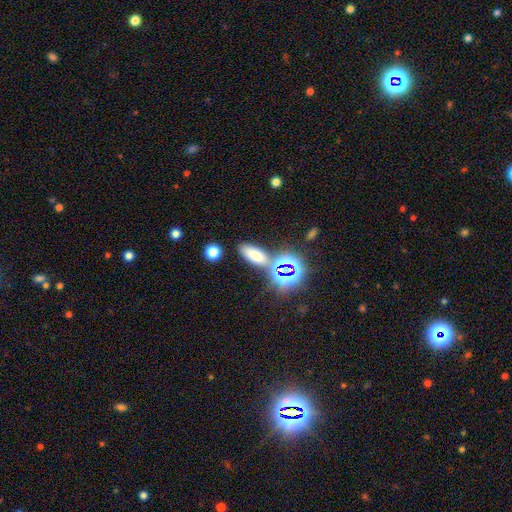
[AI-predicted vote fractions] Smooth or featured: smooth — 64% (star or artifact — 26%)
How rounded: in between — 73% (cigar-shaped — 18%)
Merging: none — 75% (minor disturbance — 10%)